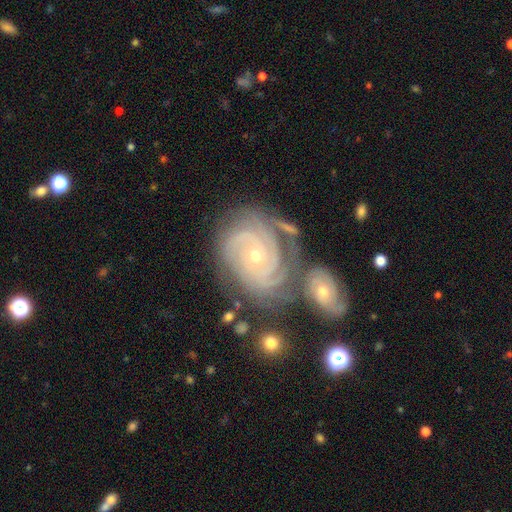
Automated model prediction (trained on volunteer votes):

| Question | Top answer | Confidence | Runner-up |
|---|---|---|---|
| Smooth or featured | featured or disk | 90% | star or artifact (6%) |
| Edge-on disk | no | 97% | yes (3%) |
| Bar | no | 76% | weak (17%) |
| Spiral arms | yes | 98% | no (2%) |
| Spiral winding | tight | 78% | medium (19%) |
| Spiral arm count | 3 | 36% | 4 (20%) |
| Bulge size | small | 66% | moderate (32%) |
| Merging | none | 58% | minor disturbance (17%) |